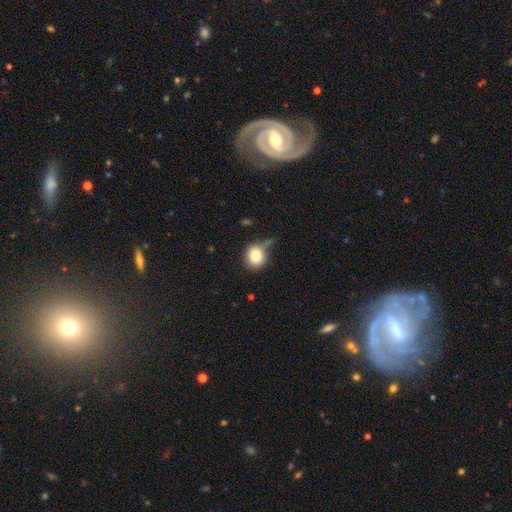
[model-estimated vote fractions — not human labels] Smooth or featured: smooth — 82% (star or artifact — 10%)
How rounded: round — 82% (in between — 17%)
Merging: none — 60% (minor disturbance — 24%)